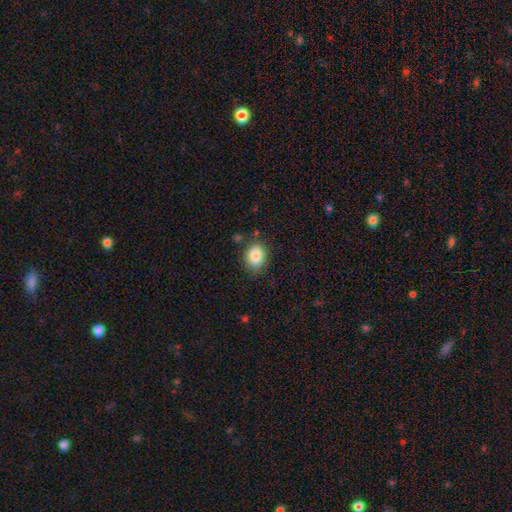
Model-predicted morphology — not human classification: Smooth or featured: smooth — 86% (star or artifact — 8%)
How rounded: in between — 61% (round — 38%)
Merging: none — 79% (minor disturbance — 14%)